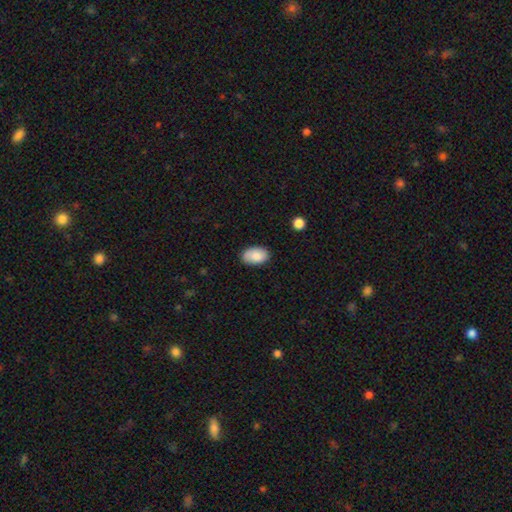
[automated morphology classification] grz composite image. It shows a smooth galaxy with no disk features (87%) that is in between round and cigar-shaped (92%). Merging: none (84%).